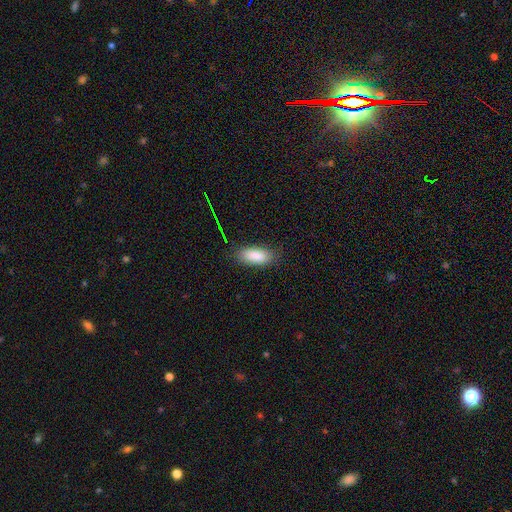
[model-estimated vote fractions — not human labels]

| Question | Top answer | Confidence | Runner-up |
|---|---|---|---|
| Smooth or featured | smooth | 86% | star or artifact (7%) |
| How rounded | in between | 81% | cigar-shaped (16%) |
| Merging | none | 81% | minor disturbance (14%) |